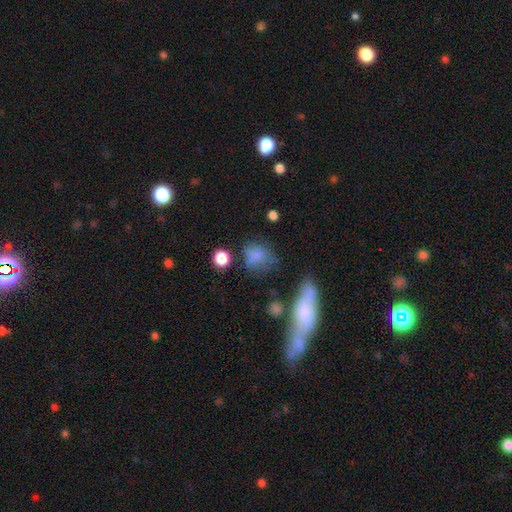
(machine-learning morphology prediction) Smooth or featured?
  - smooth: 70% *
  - star or artifact: 16%
  - featured or disk: 14%
How rounded?
  - round: 56% *
  - in between: 41%
  - cigar-shaped: 2%
Merging?
  - none: 49% *
  - minor disturbance: 25%
  - major disturbance: 18%
  - merger: 9%